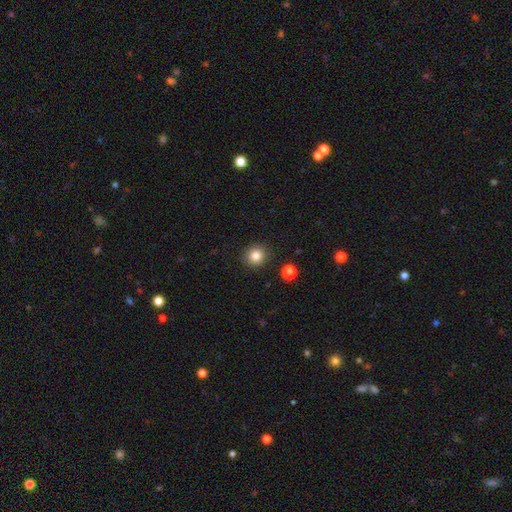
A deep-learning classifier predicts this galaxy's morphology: smooth-or-featured: smooth: 83% | star or artifact: 11% | featured or disk: 5%
  how-rounded: round: 90% | in between: 9% | cigar-shaped: 1%
  merging: none: 89% | minor disturbance: 7% | major disturbance: 2% | merger: 2%